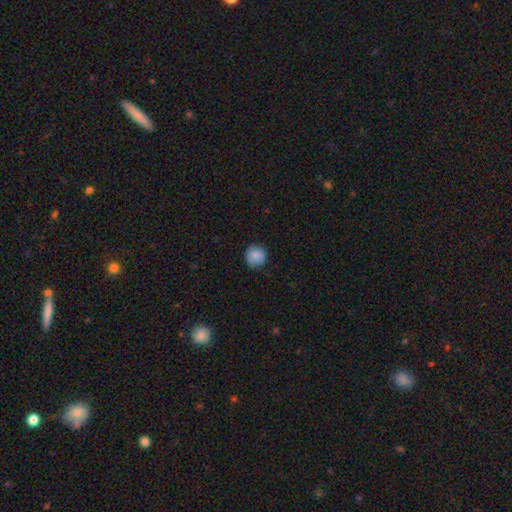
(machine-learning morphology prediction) A smooth galaxy with no disk features (85%) that is round (92%).

Vote fractions:
- Smooth or featured? smooth: 85% / star or artifact: 8% / featured or disk: 8%
- How rounded? round: 92% / in between: 7% / cigar-shaped: 1%
- Merging? none: 83% / minor disturbance: 13% / major disturbance: 3% / merger: 1%